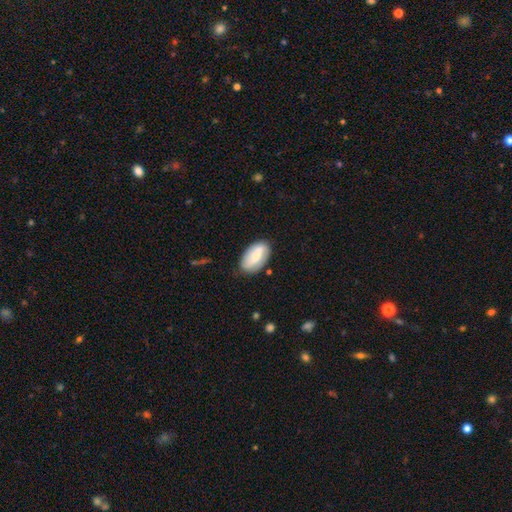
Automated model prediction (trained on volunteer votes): Smooth or featured?
  - smooth: 65% *
  - featured or disk: 29%
  - star or artifact: 6%
How rounded?
  - in between: 93% *
  - round: 4%
  - cigar-shaped: 3%
Merging?
  - none: 76% *
  - minor disturbance: 18%
  - major disturbance: 4%
  - merger: 3%